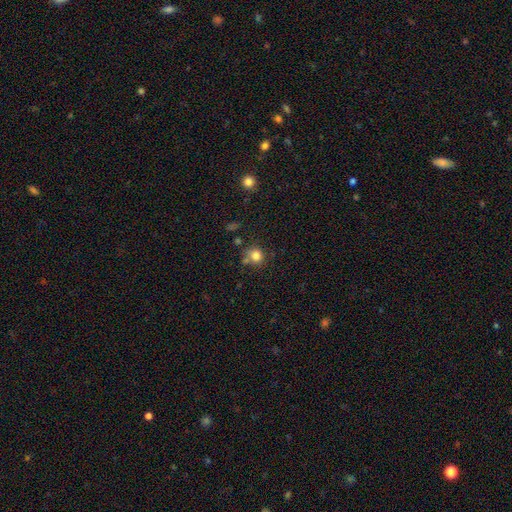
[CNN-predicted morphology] This appears to be a smooth galaxy with no disk features (80%) that is round (83%). Merging: none (65%).